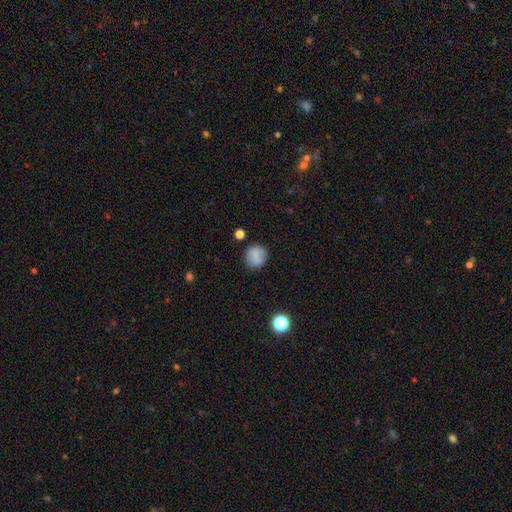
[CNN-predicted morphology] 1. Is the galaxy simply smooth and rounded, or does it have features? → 79% smooth, 11% featured or disk, 10% star or artifact.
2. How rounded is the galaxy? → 84% round, 15% in between, 1% cigar-shaped.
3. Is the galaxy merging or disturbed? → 82% none, 11% minor disturbance, 4% major disturbance, 3% merger.